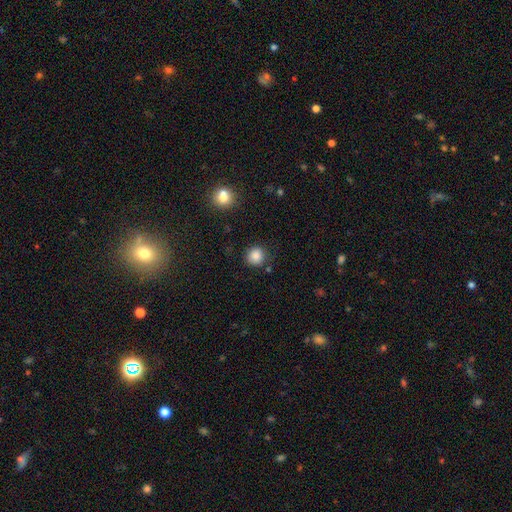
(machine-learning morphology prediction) Smooth or featured?
  - smooth: 85% *
  - star or artifact: 11%
  - featured or disk: 4%
How rounded?
  - round: 89% *
  - in between: 10%
  - cigar-shaped: 1%
Merging?
  - none: 83% *
  - minor disturbance: 10%
  - major disturbance: 3%
  - merger: 3%